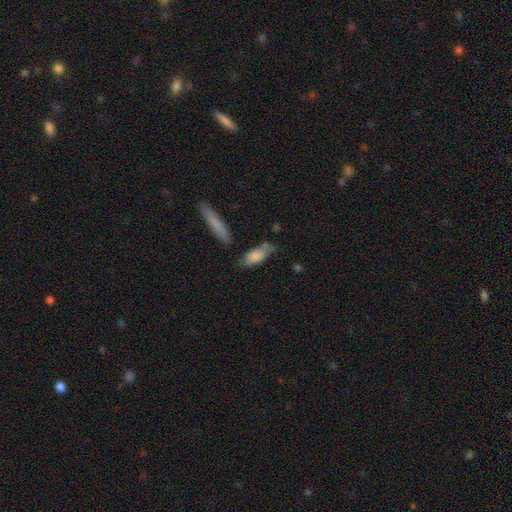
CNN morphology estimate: The model was most divided on "merging": none: 54%, minor disturbance: 28%, merger: 9%, major disturbance: 9%. More confident: smooth or featured — smooth (78%); how rounded — in between (71%).